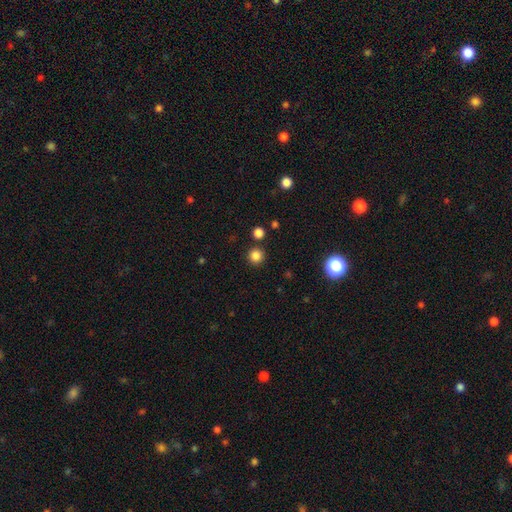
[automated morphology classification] This appears to be a smooth galaxy with no disk features (84%) that is round (95%). Merging: none (89%).